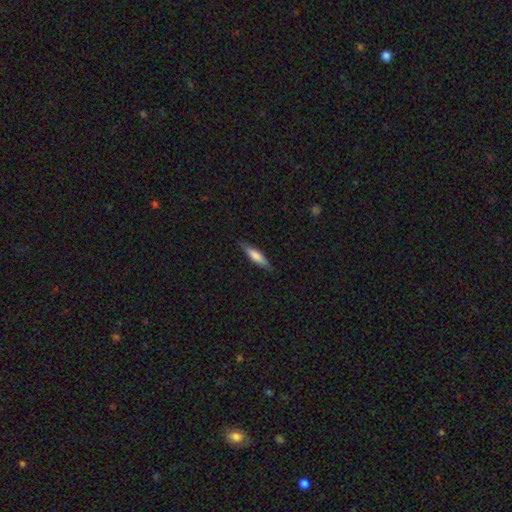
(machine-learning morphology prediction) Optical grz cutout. It shows a smooth galaxy with no disk features (68%) that is cigar-shaped (77%). Merging: none (86%).